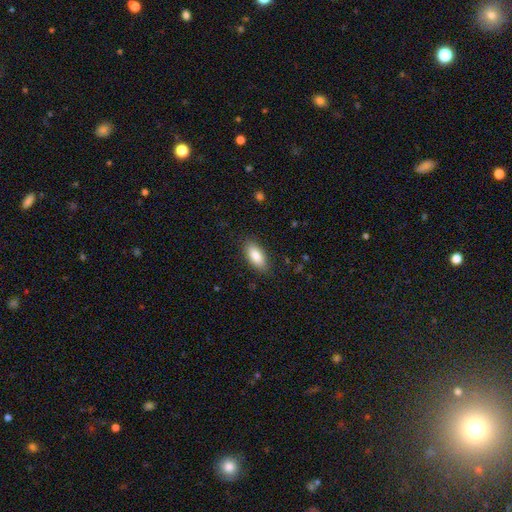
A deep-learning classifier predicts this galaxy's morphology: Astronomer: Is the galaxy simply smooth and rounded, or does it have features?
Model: smooth — 85%.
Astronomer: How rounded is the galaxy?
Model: in between — 86%.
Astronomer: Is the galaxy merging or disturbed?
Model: none — 85%.